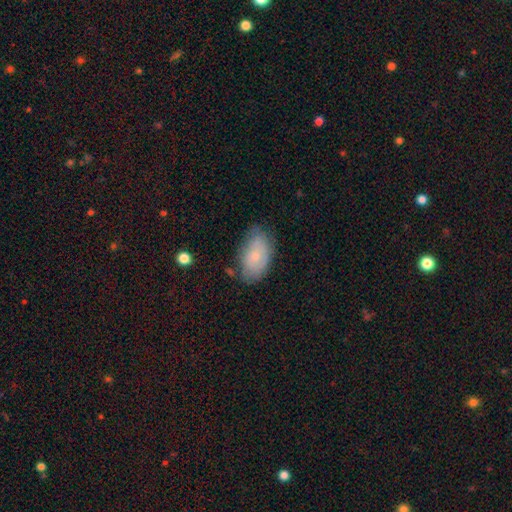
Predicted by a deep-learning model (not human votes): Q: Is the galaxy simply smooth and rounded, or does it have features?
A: smooth — 69%.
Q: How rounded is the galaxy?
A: in between — 93%.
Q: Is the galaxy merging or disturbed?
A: none — 68%.